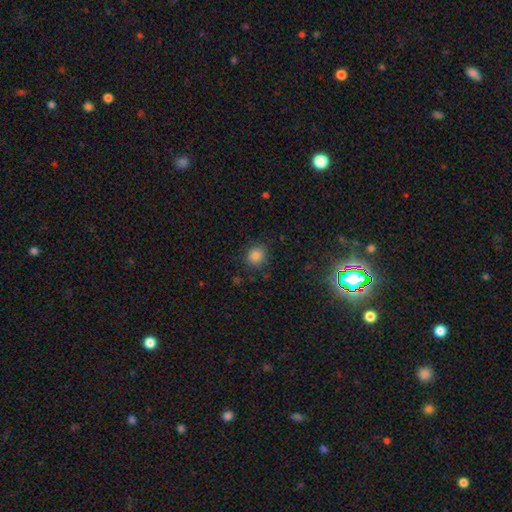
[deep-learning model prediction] smooth_or_featured: smooth (p=0.83) [alt: star or artifact p=0.12]
how_rounded: round (p=0.80) [alt: in between p=0.19]
merging: none (p=0.85) [alt: minor disturbance p=0.10]